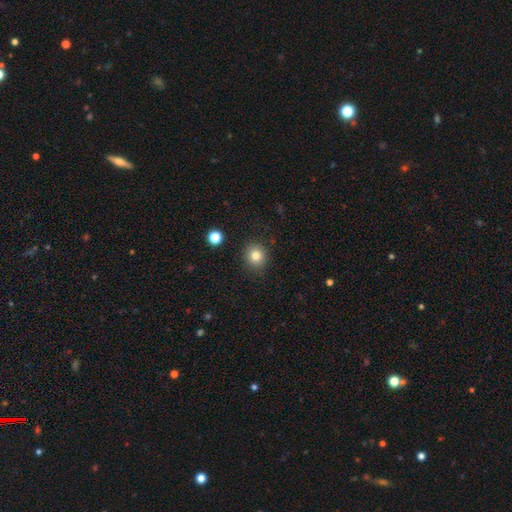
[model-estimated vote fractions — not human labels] Smooth or featured? Predicted: smooth (p=0.81). How rounded? Predicted: round (p=0.84). Merging? Predicted: none (p=0.89).